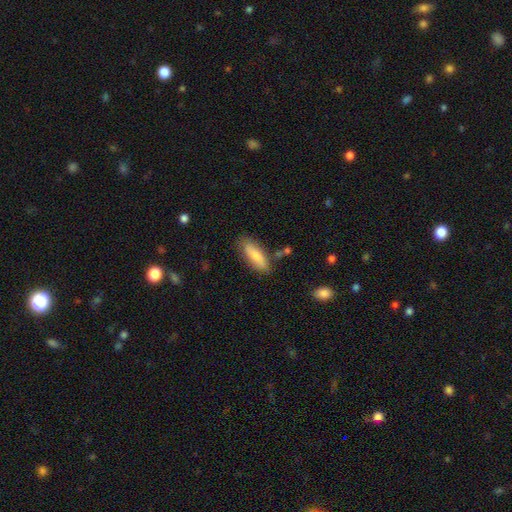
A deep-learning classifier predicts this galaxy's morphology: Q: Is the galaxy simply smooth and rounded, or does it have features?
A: smooth — 81%.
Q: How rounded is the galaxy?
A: in between — 61%.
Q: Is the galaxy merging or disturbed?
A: none — 76%.